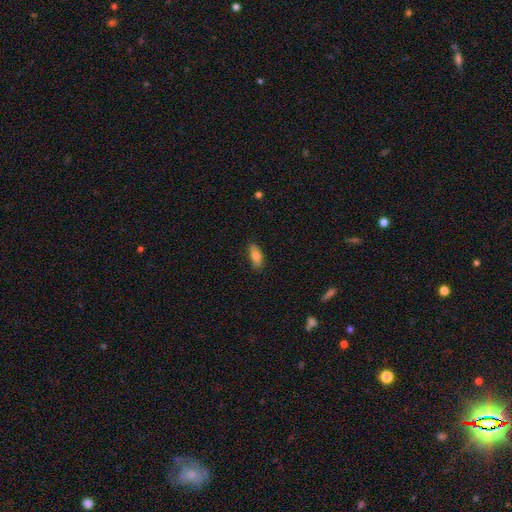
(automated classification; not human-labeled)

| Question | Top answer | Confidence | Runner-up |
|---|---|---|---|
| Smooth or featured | smooth | 80% | featured or disk (13%) |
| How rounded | in between | 82% | cigar-shaped (15%) |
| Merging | none | 74% | minor disturbance (21%) |